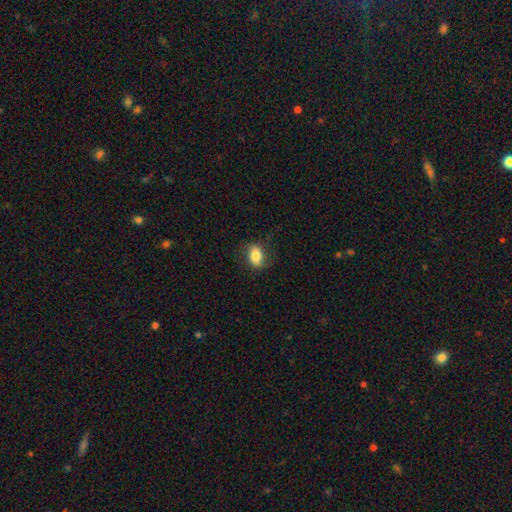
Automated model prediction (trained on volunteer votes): Overall: smooth (79%). How rounded: in between (81%). Merging: none (77%).